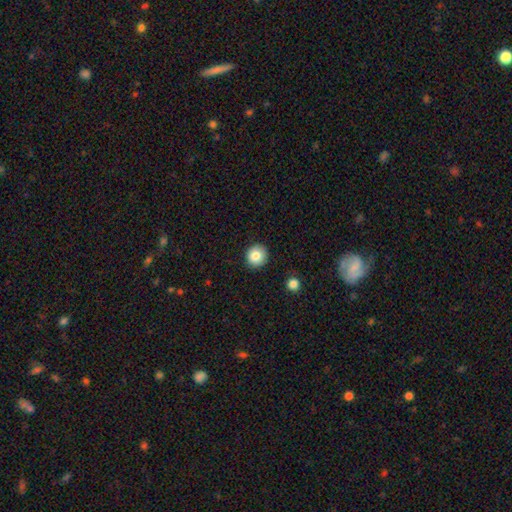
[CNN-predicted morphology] smooth-or-featured: smooth: 84% | star or artifact: 9% | featured or disk: 7%
  how-rounded: round: 93% | in between: 6% | cigar-shaped: 1%
  merging: none: 91% | minor disturbance: 6% | major disturbance: 2% | merger: 1%